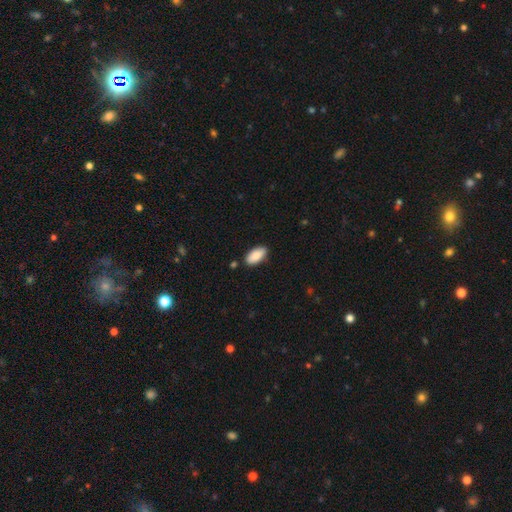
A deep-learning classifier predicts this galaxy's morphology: Q: Smooth or featured?
A: smooth (88%); runner-up: star or artifact (6%)
Q: How rounded?
A: in between (91%); runner-up: cigar-shaped (7%)
Q: Merging?
A: none (84%); runner-up: minor disturbance (12%)